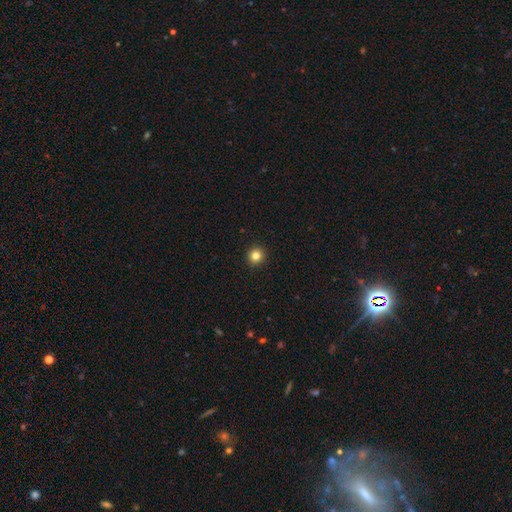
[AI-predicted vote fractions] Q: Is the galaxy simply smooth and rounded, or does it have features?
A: smooth — 82%.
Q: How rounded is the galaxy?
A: round — 94%.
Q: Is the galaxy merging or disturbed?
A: none — 94%.